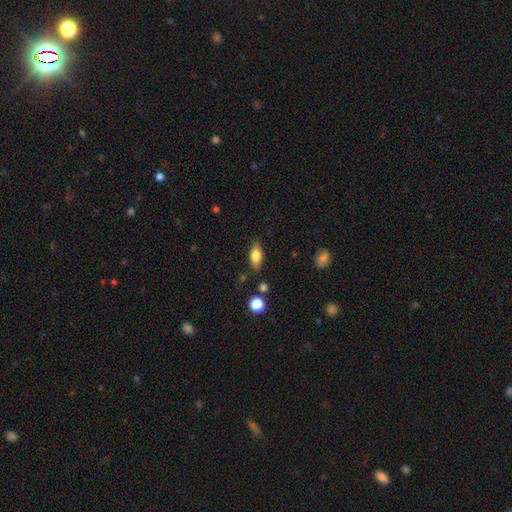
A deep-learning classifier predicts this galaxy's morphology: The model was most divided on "smooth or featured": smooth: 70%, featured or disk: 22%, star or artifact: 8%. More confident: merging — none (81%); how rounded — in between (79%).